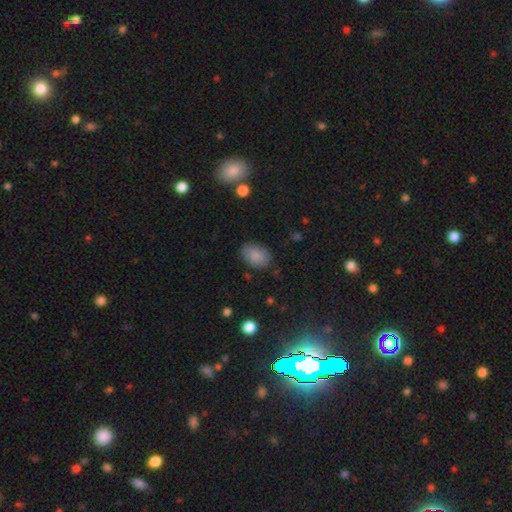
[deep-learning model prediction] Smooth or featured: smooth — 85% (star or artifact — 8%)
How rounded: in between — 83% (round — 16%)
Merging: none — 80% (minor disturbance — 15%)